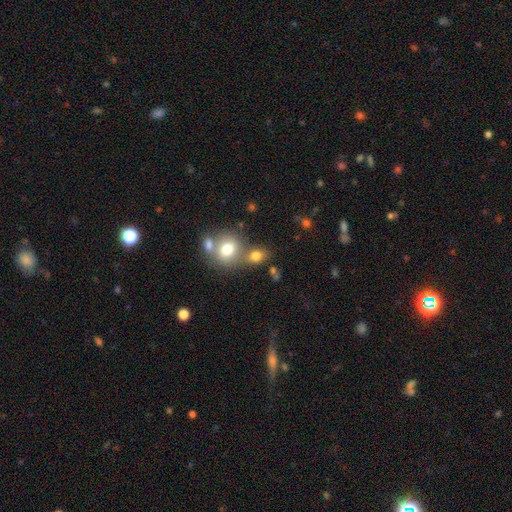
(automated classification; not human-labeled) This appears to be a smooth galaxy with no disk features (76%) that is round (54%). Merging: none (43%).